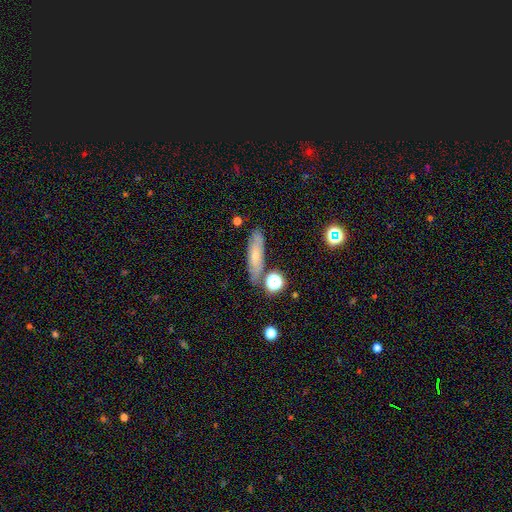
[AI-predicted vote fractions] Smooth or featured? Predicted: smooth (p=0.60). How rounded? Predicted: cigar-shaped (p=0.61). Merging? Predicted: none (p=0.75).